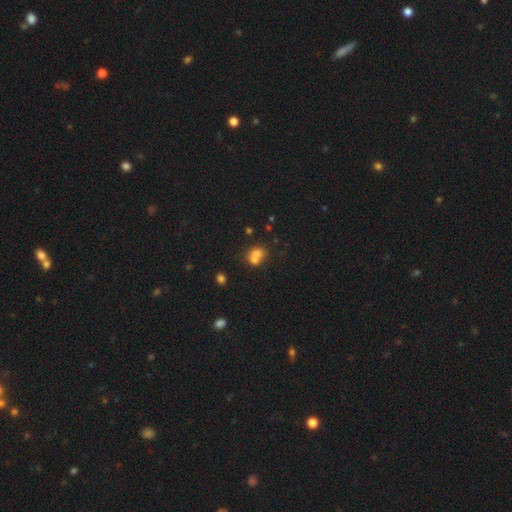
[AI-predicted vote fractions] smooth-or-featured: smooth: 68% | featured or disk: 18% | star or artifact: 13%
  how-rounded: round: 62% | in between: 37% | cigar-shaped: 1%
  merging: merger: 63% | none: 26% | minor disturbance: 7% | major disturbance: 4%